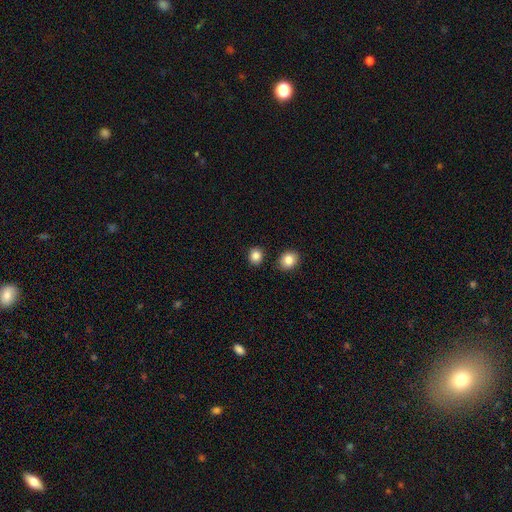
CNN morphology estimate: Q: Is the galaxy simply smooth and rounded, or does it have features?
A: smooth — 85%.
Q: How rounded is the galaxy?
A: round — 78%.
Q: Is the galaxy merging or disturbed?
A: none — 85%.